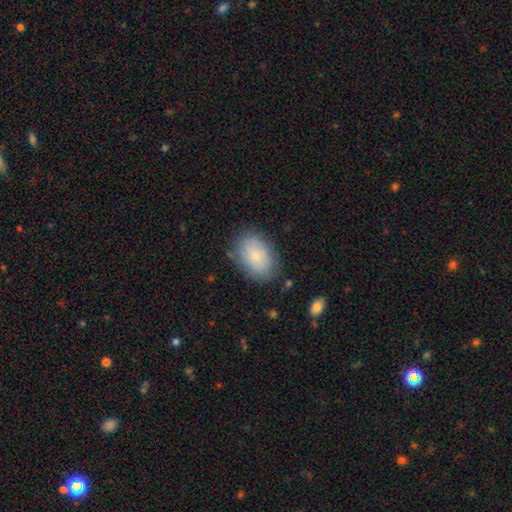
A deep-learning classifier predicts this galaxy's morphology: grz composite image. It shows a smooth galaxy with no disk features (78%) that is in between round and cigar-shaped (85%). Merging: none (78%).